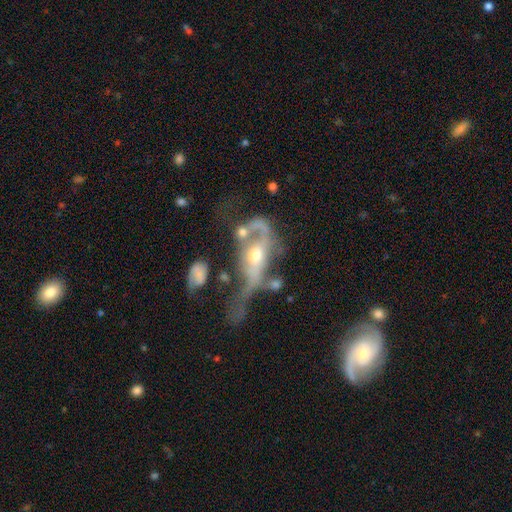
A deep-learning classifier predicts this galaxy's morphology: smooth_or_featured: featured or disk (p=0.75) [alt: smooth p=0.16]
disk_edge_on: no (p=0.82) [alt: yes p=0.18]
bar: no (p=0.63) [alt: weak p=0.23]
has_spiral_arms: yes (p=0.58) [alt: no p=0.42]
bulge_size: moderate (p=0.63) [alt: small p=0.26]
merging: major disturbance (p=0.41) [alt: merger p=0.28]